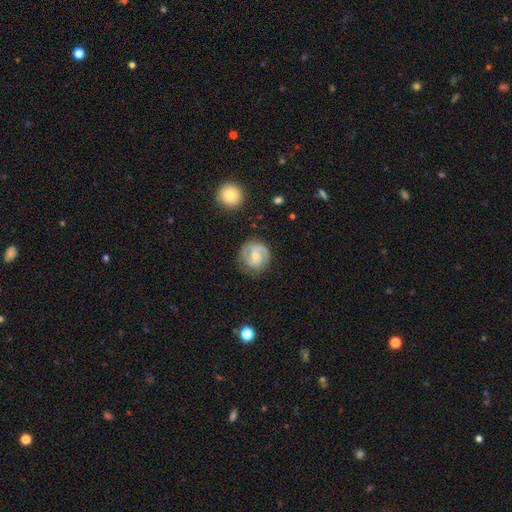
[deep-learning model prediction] Morphology: type=featured or disk (68%); edge-on=no (98%); bar=no (54%); spiral arms=yes (90%); winding=tight (47%); arm count=2 (63%); bulge=small (66%); merging=none (76%).